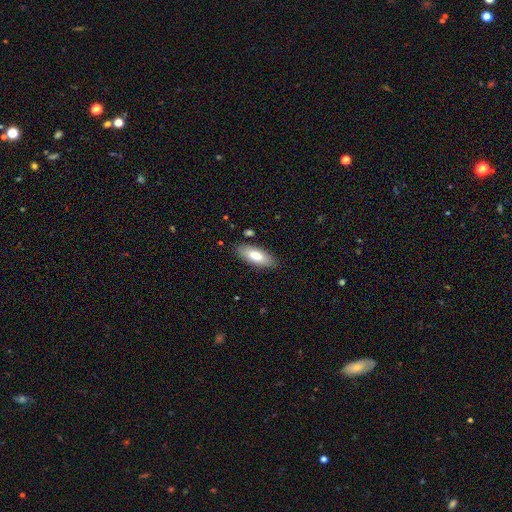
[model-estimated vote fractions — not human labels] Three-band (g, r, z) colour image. It shows a smooth galaxy with no disk features (78%) that is in between round and cigar-shaped (73%). Merging: none (85%).